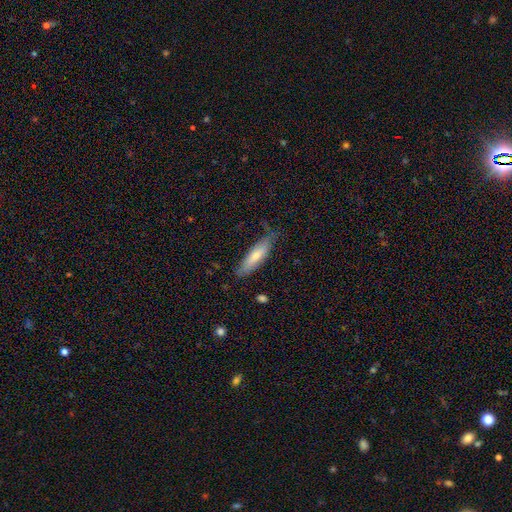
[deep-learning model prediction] Q: Smooth or featured?
A: smooth (65%); runner-up: featured or disk (29%)
Q: How rounded?
A: cigar-shaped (66%); runner-up: in between (33%)
Q: Merging?
A: none (73%); runner-up: minor disturbance (21%)